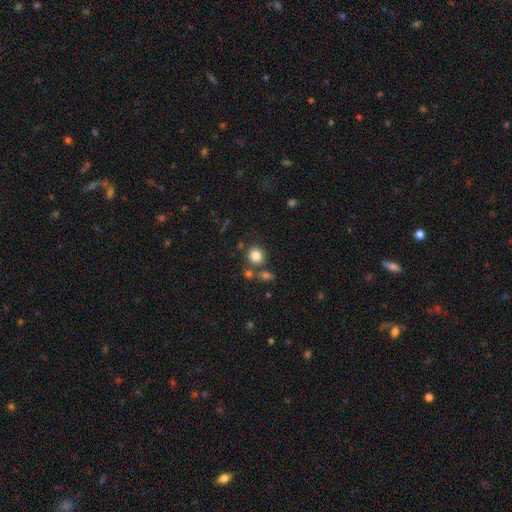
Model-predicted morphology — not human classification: A smooth galaxy with no disk features (83%) that is round (84%). Merging: none (74%).